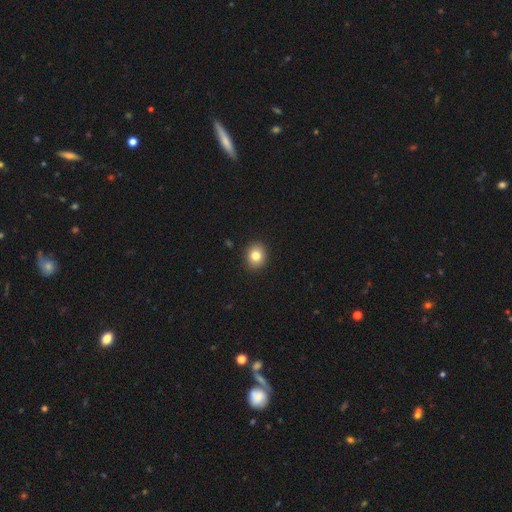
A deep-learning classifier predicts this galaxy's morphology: smooth-or-featured: smooth: 83% | star or artifact: 10% | featured or disk: 7%
  how-rounded: round: 68% | in between: 32% | cigar-shaped: 1%
  merging: none: 91% | minor disturbance: 6% | major disturbance: 2% | merger: 1%